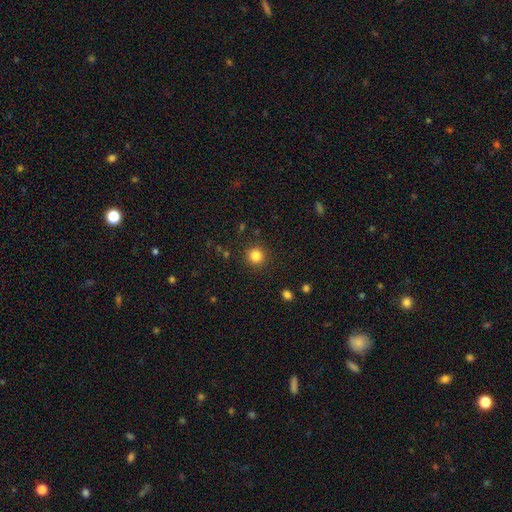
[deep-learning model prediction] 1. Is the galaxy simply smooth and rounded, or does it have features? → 84% smooth, 12% star or artifact, 4% featured or disk.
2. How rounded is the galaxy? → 93% round, 6% in between, 1% cigar-shaped.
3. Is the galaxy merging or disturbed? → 89% none, 7% minor disturbance, 3% major disturbance, 1% merger.